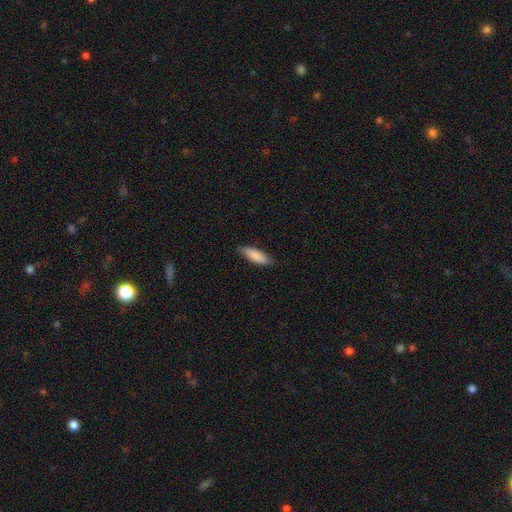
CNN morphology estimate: The model was most divided on "how rounded": in between: 55%, cigar-shaped: 44%, round: 2%. More confident: smooth or featured — smooth (86%); merging — none (79%).